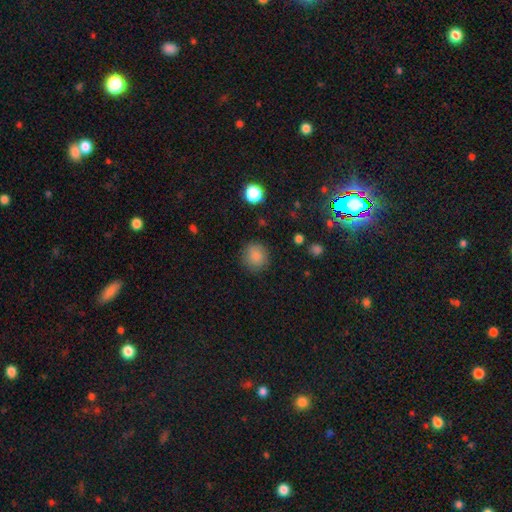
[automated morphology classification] This appears to be a smooth galaxy with no disk features (86%) that is round (89%). Merging: none (86%).